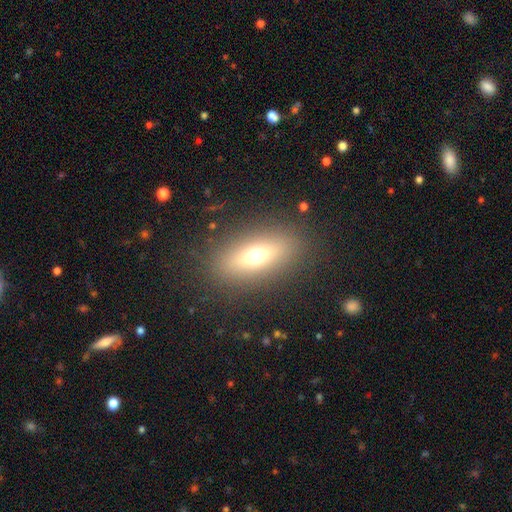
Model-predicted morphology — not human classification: This is likely a smooth galaxy (62%). How rounded: likely in between (69%). Merging: clearly none (86%).